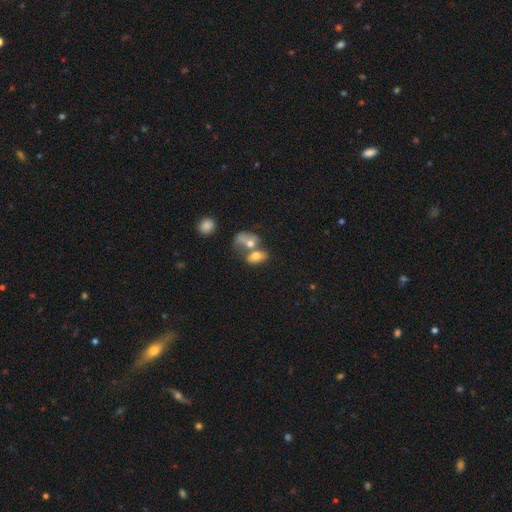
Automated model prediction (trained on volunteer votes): Overall: smooth (68%). How rounded: in between (84%). Merging: merger (58%; none 26%).